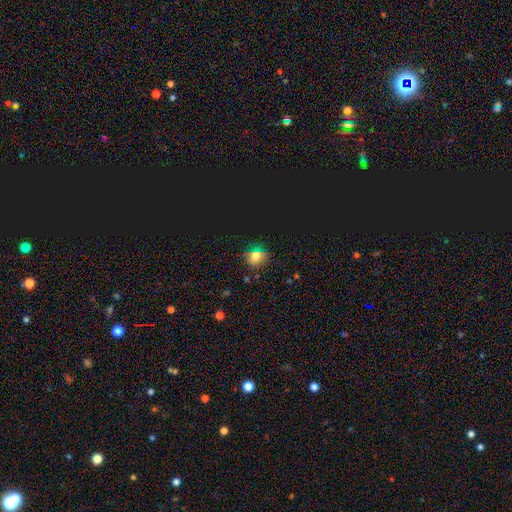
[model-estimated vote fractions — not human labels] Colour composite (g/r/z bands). It shows a smooth galaxy with no disk features (54%) that is round (77%). Merging: none (81%).